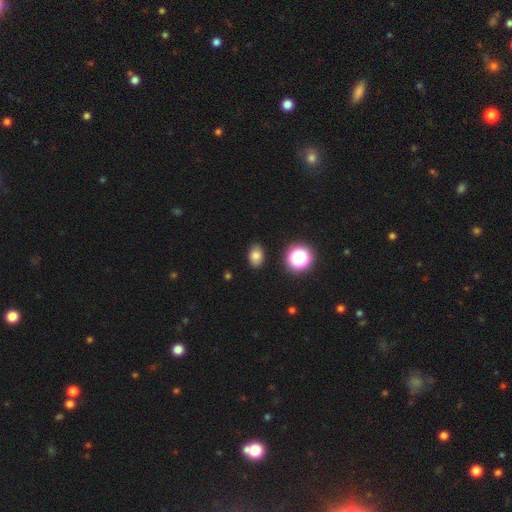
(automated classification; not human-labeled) Smooth or featured?
  - smooth: 79% *
  - star or artifact: 14%
  - featured or disk: 7%
How rounded?
  - in between: 79% *
  - round: 20%
  - cigar-shaped: 1%
Merging?
  - none: 87% *
  - minor disturbance: 9%
  - major disturbance: 2%
  - merger: 1%